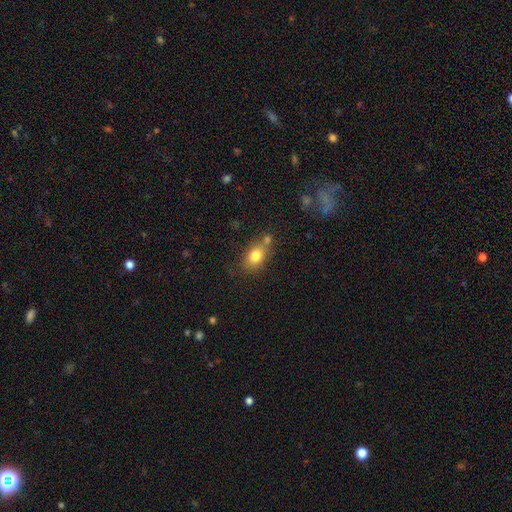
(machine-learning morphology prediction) smooth 80%, featured or disk 10%, star or artifact 9%. Down the decision tree: how rounded — in between (72%); merging — none (61%).